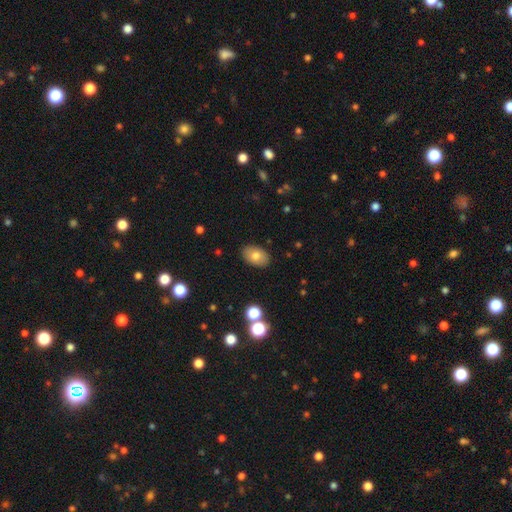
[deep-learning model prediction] A smooth galaxy with no disk features (76%) that is in between round and cigar-shaped (86%).

Vote fractions:
- Smooth or featured? smooth: 76% / featured or disk: 15% / star or artifact: 9%
- How rounded? in between: 86% / round: 13% / cigar-shaped: 1%
- Merging? none: 88% / minor disturbance: 9% / major disturbance: 2% / merger: 1%